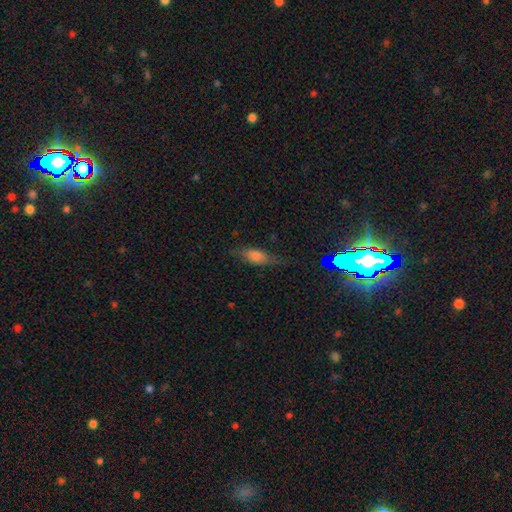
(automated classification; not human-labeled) Smooth or featured? Predicted: smooth (p=0.52). How rounded? Predicted: in between (p=0.58). Merging? Predicted: none (p=0.66).